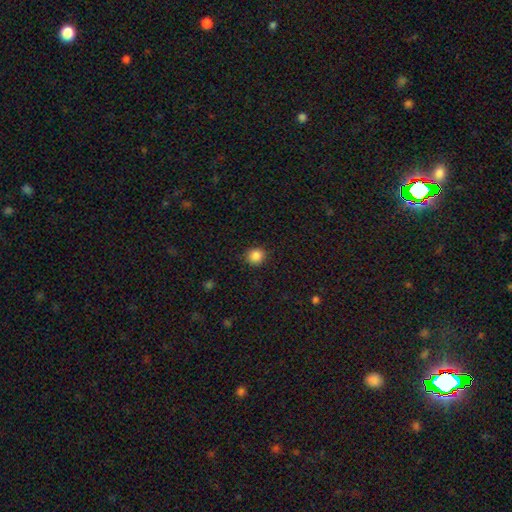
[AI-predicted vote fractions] smooth 86%, star or artifact 10%, featured or disk 4%. Down the decision tree: how rounded — round (89%); merging — none (90%).